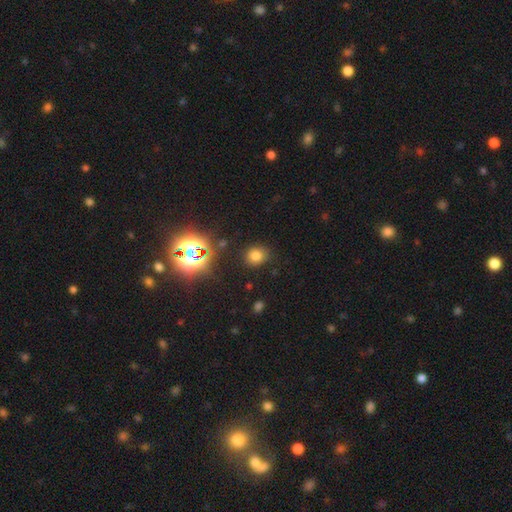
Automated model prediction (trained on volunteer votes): Smooth or featured: smooth — 72% (star or artifact — 21%)
How rounded: round — 74% (in between — 25%)
Merging: none — 84% (minor disturbance — 10%)